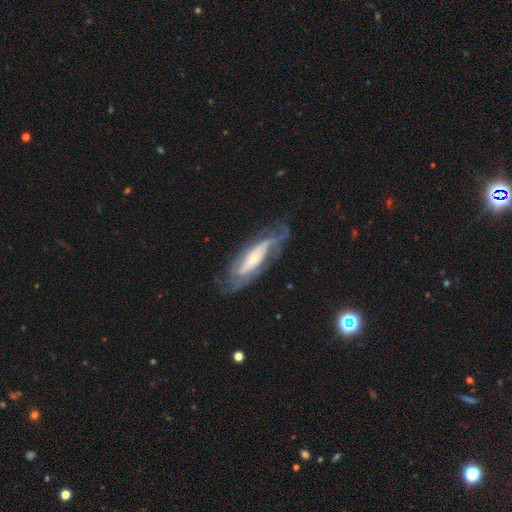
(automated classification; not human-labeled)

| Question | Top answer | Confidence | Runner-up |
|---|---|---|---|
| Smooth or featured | featured or disk | 79% | smooth (15%) |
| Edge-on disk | no | 81% | yes (19%) |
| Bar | no | 43% | weak (37%) |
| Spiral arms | yes | 92% | no (8%) |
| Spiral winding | tight | 42% | medium (41%) |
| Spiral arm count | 2 | 51% | can't tell (29%) |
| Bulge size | small | 39% | moderate (37%) |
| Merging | none | 69% | minor disturbance (19%) |